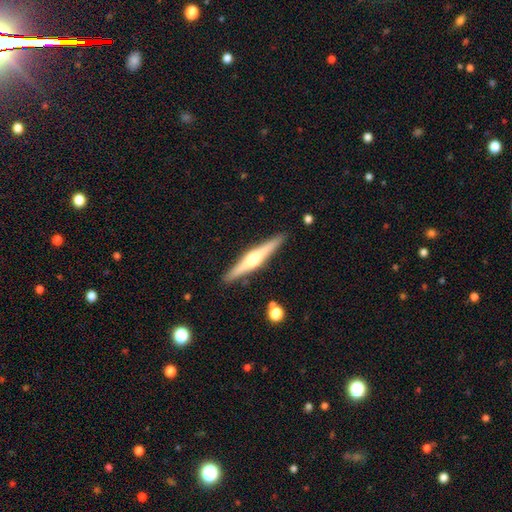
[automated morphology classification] Smooth or featured: featured or disk — 69% (smooth — 25%)
Edge-on disk: yes — 97% (no — 3%)
Edge-on bulge: rounded — 90% (boxy — 6%)
Merging: none — 90% (minor disturbance — 7%)